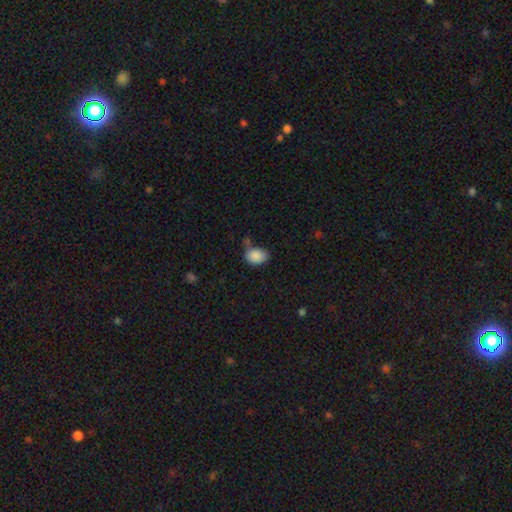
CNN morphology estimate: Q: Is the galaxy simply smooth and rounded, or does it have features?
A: smooth — 88%.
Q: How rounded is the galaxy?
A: in between — 80%.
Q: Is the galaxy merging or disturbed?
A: none — 61%.